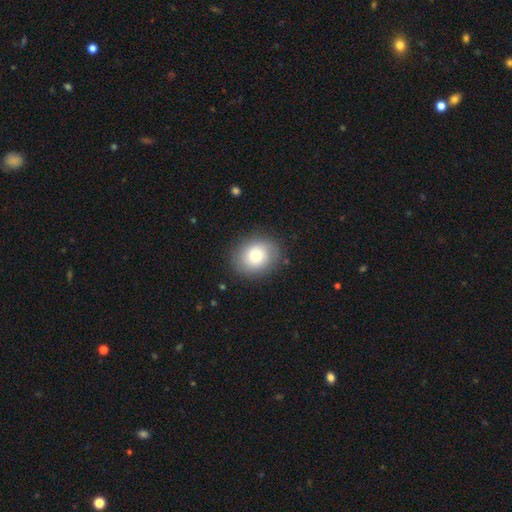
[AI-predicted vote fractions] smooth 78%, featured or disk 14%, star or artifact 8%. Down the decision tree: how rounded — round (63%); merging — none (83%).